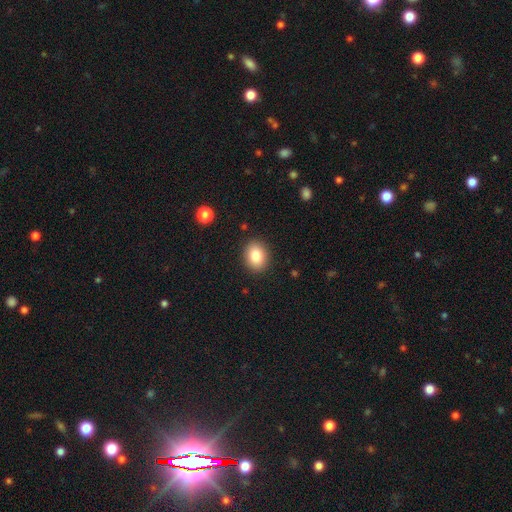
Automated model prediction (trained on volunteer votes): A smooth galaxy with no disk features (84%) that is in between round and cigar-shaped (59%). Merging: none (89%).